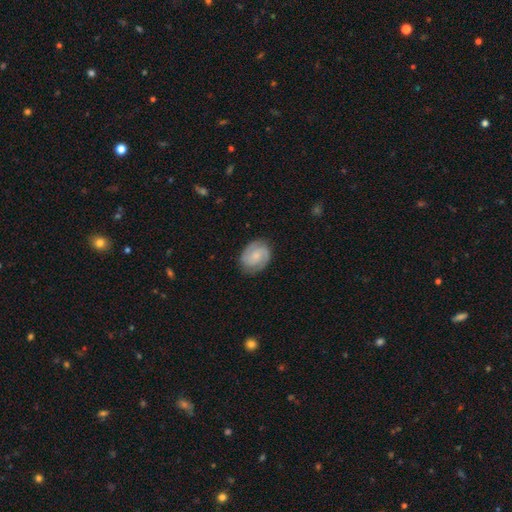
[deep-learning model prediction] A featured or disk galaxy (73%) with no bar (59%), 2 (85%) tight (48%) spiral arms (96%) and a small central bulge (54%).

Vote fractions:
- Smooth or featured? featured or disk: 73% / smooth: 21% / star or artifact: 6%
- Edge-on disk? no: 98% / yes: 2%
- Bar? no: 59% / weak: 35% / strong: 6%
- Spiral arms? yes: 96% / no: 4%
- Spiral winding? tight: 48% / medium: 42% / loose: 10%
- Spiral arm count? 2: 85% / can't tell: 6% / 3: 4% / 1: 2% / 4: 1% / more than 4: 1%
- Bulge size? small: 54% / moderate: 25% / none: 17% / large: 3% / dominant: 1%
- Merging? none: 82% / minor disturbance: 13% / major disturbance: 4% / merger: 1%